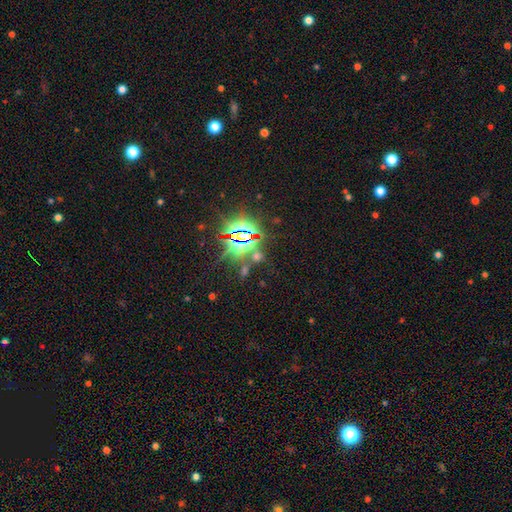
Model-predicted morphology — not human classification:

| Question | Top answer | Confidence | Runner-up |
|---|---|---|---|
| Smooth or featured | star or artifact | 79% | smooth (13%) |